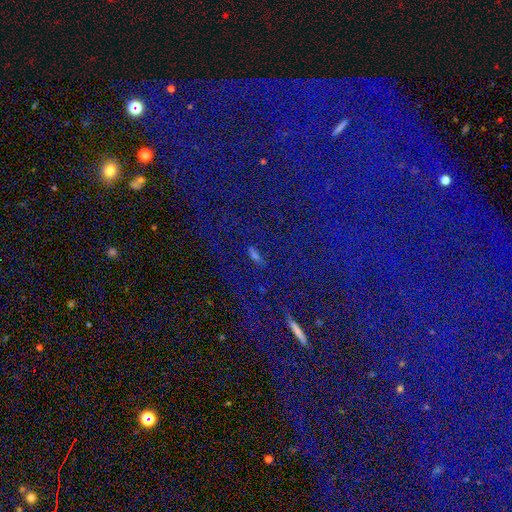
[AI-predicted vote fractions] Smooth or featured?
  - star or artifact: 77% *
  - smooth: 12%
  - featured or disk: 11%